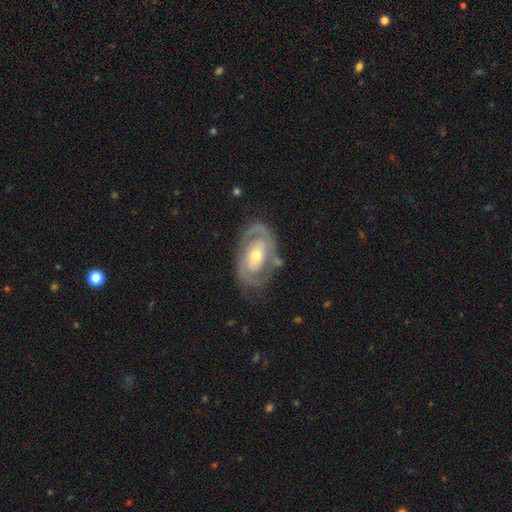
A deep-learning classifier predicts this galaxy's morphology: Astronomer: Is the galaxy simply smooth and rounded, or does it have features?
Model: featured or disk — 85%.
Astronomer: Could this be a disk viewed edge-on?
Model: no — 96%.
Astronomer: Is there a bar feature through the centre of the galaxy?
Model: no — 61%.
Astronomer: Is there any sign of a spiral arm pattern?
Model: yes — 89%.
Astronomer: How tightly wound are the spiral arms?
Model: tight — 59%.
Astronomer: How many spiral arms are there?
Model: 2 — 73%.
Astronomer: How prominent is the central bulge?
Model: moderate — 52% (runner-up: small, 42%).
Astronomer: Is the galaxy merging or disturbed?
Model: none — 72%.